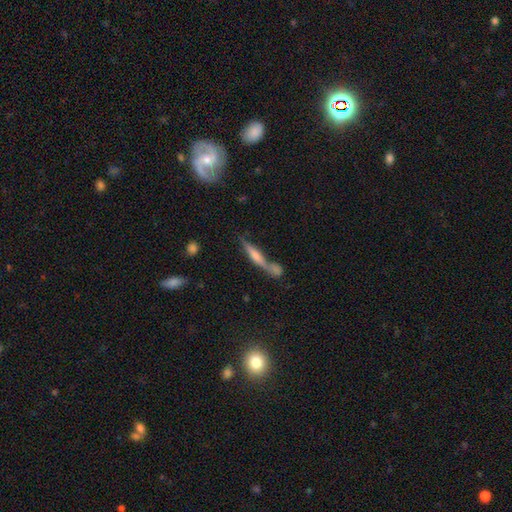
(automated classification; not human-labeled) featured or disk 49%, smooth 39%, star or artifact 12%. Down the decision tree: merging — none (39%).